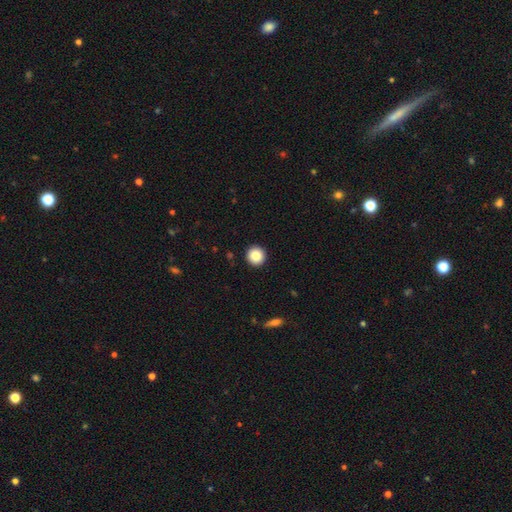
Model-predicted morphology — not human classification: Smooth or featured? Predicted: smooth (p=0.85). How rounded? Predicted: round (p=0.95). Merging? Predicted: none (p=0.93).